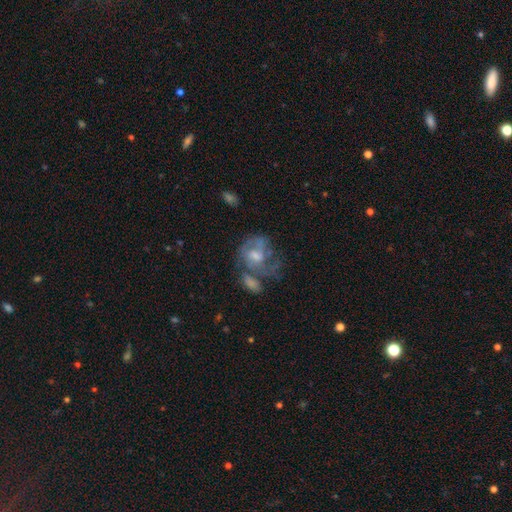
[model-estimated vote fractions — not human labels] A featured or disk galaxy (69%) with no bar (62%), spiral arms (74%) and a moderate central bulge (56%).

Vote fractions:
- Smooth or featured? featured or disk: 69% / smooth: 18% / star or artifact: 12%
- Edge-on disk? no: 97% / yes: 3%
- Bar? no: 62% / weak: 32% / strong: 7%
- Spiral arms? yes: 74% / no: 26%
- Bulge size? moderate: 56% / small: 25% / large: 10% / none: 7% / dominant: 2%
- Merging? none: 39% / merger: 29% / major disturbance: 16% / minor disturbance: 15%